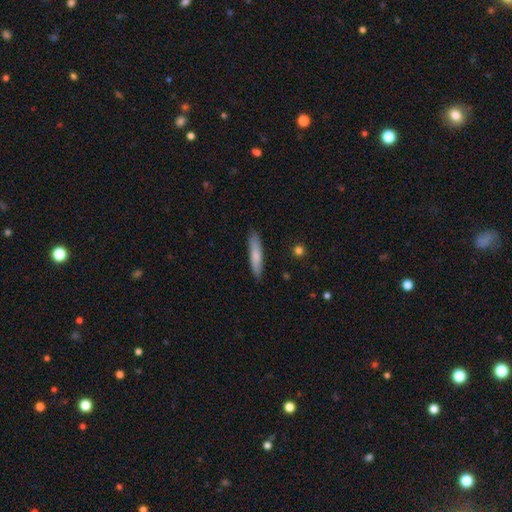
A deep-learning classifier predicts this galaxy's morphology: This is likely a smooth galaxy (77%). How rounded: clearly cigar-shaped (85%). Merging: clearly none (87%).